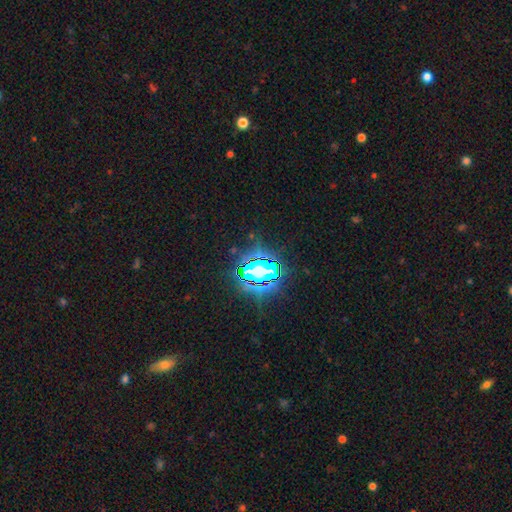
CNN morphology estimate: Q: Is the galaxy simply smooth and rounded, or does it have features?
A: star or artifact — 84%.